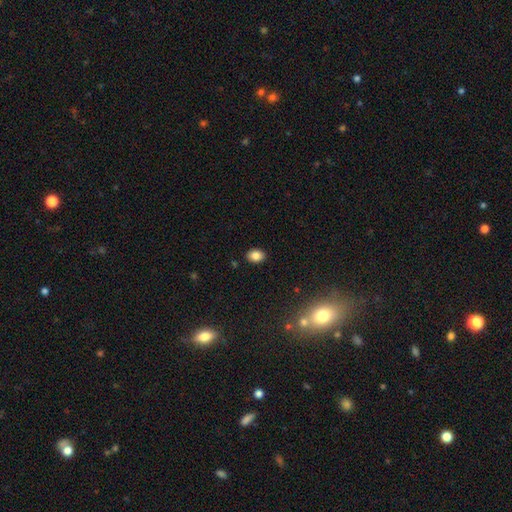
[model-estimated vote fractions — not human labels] Smooth or featured? smooth (84%)
How rounded? in between (72%)
Merging? none (88%)